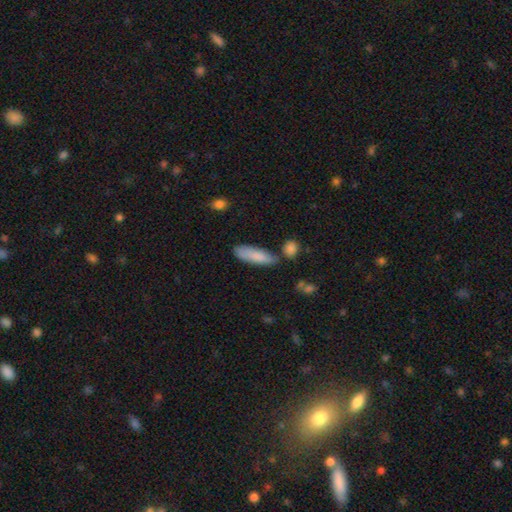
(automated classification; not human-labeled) smooth_or_featured: smooth (p=0.83) [alt: featured or disk p=0.11]
how_rounded: cigar-shaped (p=0.56) [alt: in between p=0.42]
merging: none (p=0.69) [alt: minor disturbance p=0.19]